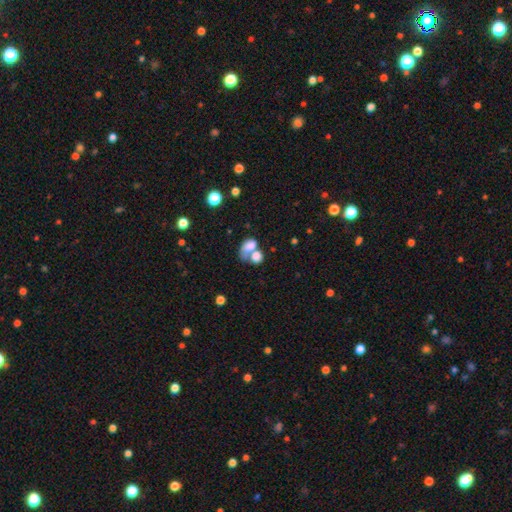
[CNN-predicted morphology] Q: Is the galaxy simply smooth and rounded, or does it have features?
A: smooth — 74%.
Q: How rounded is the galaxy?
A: in between — 64%.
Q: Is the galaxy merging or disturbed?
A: merger — 64%.